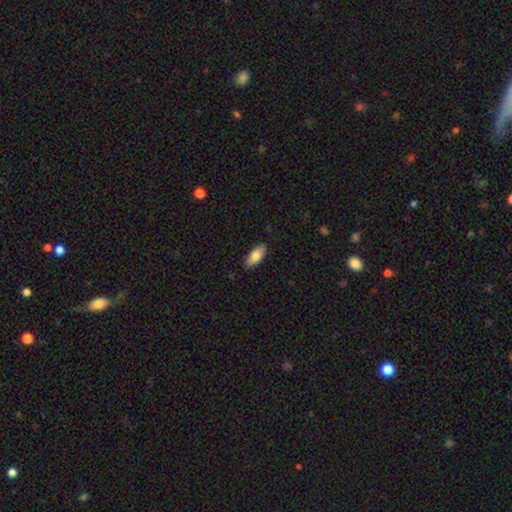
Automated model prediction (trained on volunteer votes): The model was most divided on "smooth or featured": smooth: 80%, featured or disk: 14%, star or artifact: 6%. More confident: merging — none (87%); how rounded — in between (85%).